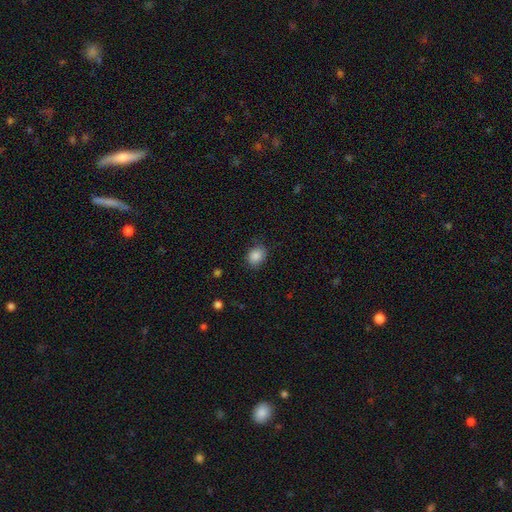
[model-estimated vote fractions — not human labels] Q: Smooth or featured?
A: smooth (87%); runner-up: star or artifact (9%)
Q: How rounded?
A: in between (50%); runner-up: round (49%)
Q: Merging?
A: none (81%); runner-up: minor disturbance (14%)